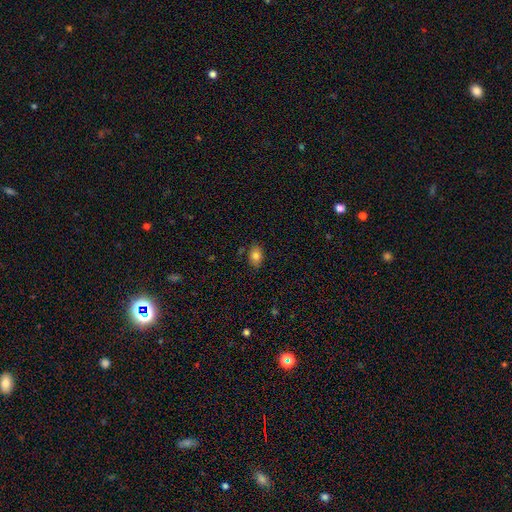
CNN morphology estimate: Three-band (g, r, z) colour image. It shows a smooth galaxy with no disk features (82%) that is in between round and cigar-shaped (80%). Merging: none (82%).